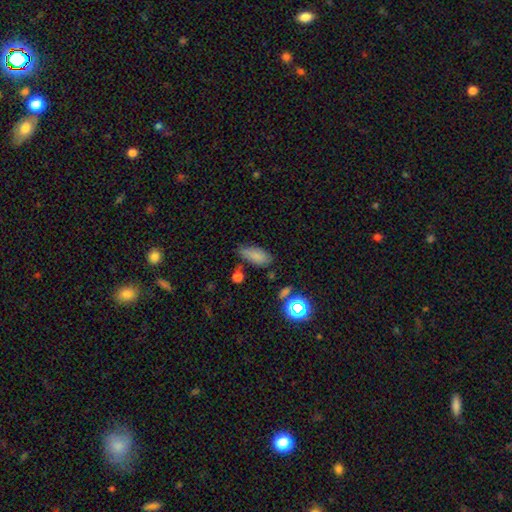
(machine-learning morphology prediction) Smooth or featured: smooth — 81% (star or artifact — 11%)
How rounded: in between — 82% (cigar-shaped — 15%)
Merging: none — 68% (minor disturbance — 21%)